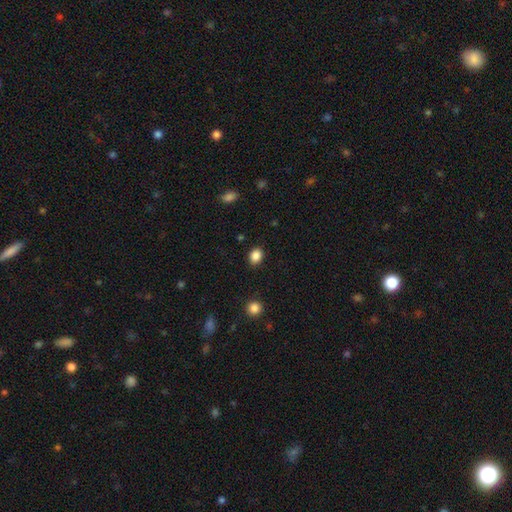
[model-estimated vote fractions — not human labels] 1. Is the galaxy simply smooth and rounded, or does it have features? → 87% smooth, 10% star or artifact, 3% featured or disk.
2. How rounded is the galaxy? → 56% in between, 43% round, 1% cigar-shaped.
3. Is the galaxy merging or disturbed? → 88% none, 8% minor disturbance, 2% major disturbance, 1% merger.